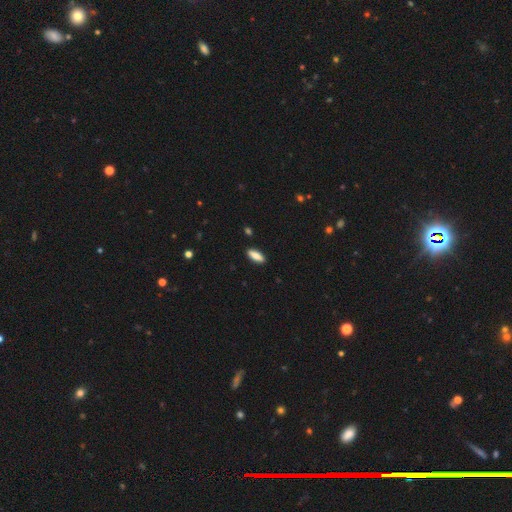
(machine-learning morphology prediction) smooth_or_featured: smooth (p=0.84) [alt: featured or disk p=0.10]
how_rounded: in between (p=0.66) [alt: cigar-shaped p=0.32]
merging: none (p=0.89) [alt: minor disturbance p=0.08]